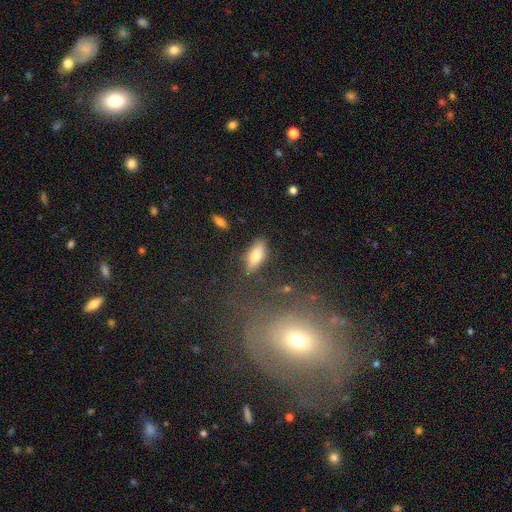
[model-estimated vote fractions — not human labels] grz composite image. It shows a smooth galaxy with no disk features (74%) that is in between round and cigar-shaped (73%). Merging: none (79%).